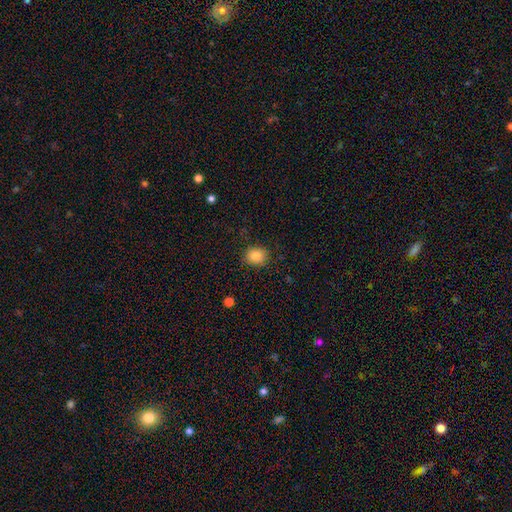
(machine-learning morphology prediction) smooth-or-featured: smooth: 84% | star or artifact: 10% | featured or disk: 6%
  how-rounded: round: 74% | in between: 25% | cigar-shaped: 1%
  merging: none: 86% | minor disturbance: 10% | major disturbance: 2% | merger: 1%